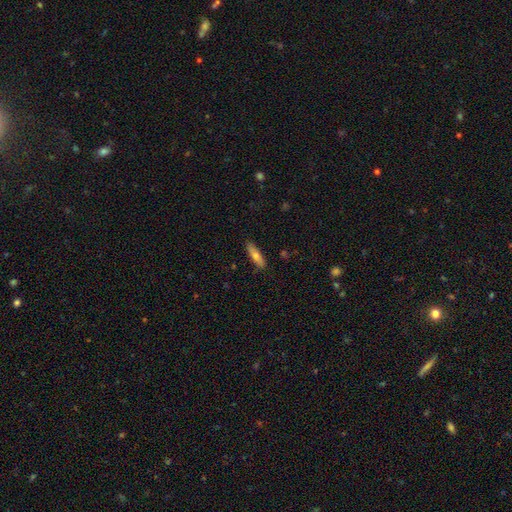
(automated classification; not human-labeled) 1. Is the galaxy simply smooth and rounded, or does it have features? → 68% smooth, 26% featured or disk, 6% star or artifact.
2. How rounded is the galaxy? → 67% cigar-shaped, 31% in between, 2% round.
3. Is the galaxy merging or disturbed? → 87% none, 10% minor disturbance, 2% major disturbance, 1% merger.